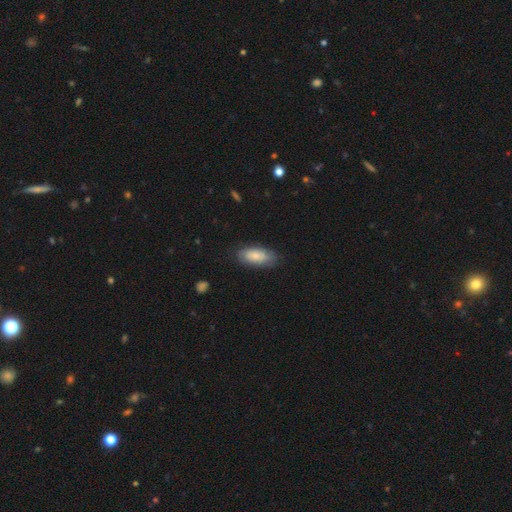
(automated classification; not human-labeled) A smooth galaxy with no disk features (80%) that is in between round and cigar-shaped (88%). Merging: none (79%).